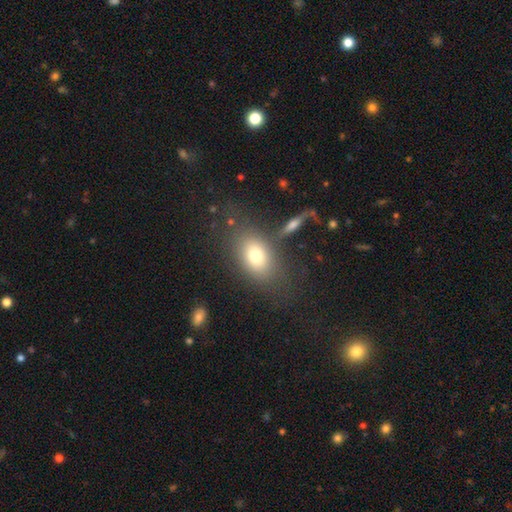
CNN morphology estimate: Q: Smooth or featured?
A: smooth (72%); runner-up: featured or disk (16%)
Q: How rounded?
A: in between (76%); runner-up: round (21%)
Q: Merging?
A: none (70%); runner-up: minor disturbance (13%)